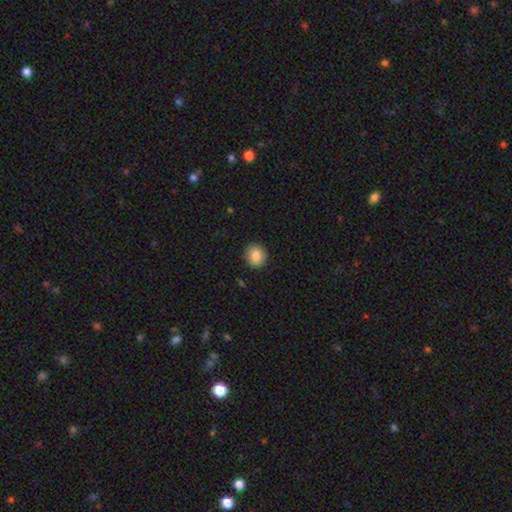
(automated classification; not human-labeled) A smooth galaxy with no disk features (87%) that is round (88%). Merging: none (91%).